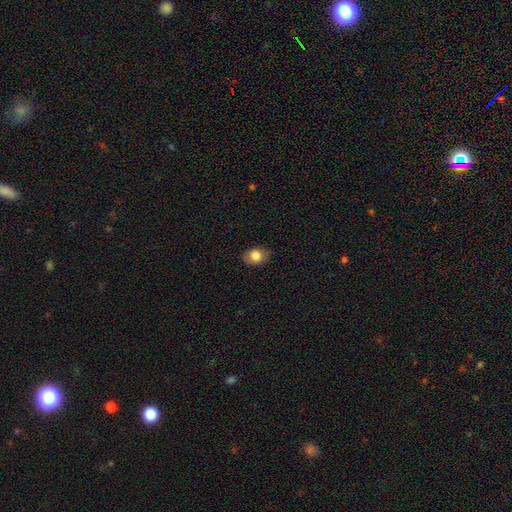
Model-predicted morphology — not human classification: The model was most divided on "how rounded": in between: 63%, round: 36%, cigar-shaped: 1%. More confident: merging — none (83%); smooth or featured — smooth (80%).